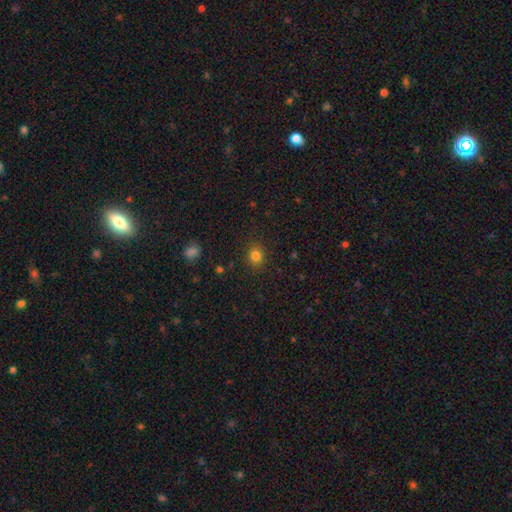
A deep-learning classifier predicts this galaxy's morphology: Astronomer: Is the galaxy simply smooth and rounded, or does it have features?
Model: smooth — 82%.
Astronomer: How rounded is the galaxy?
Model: round — 75%.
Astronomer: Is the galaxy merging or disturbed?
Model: none — 88%.